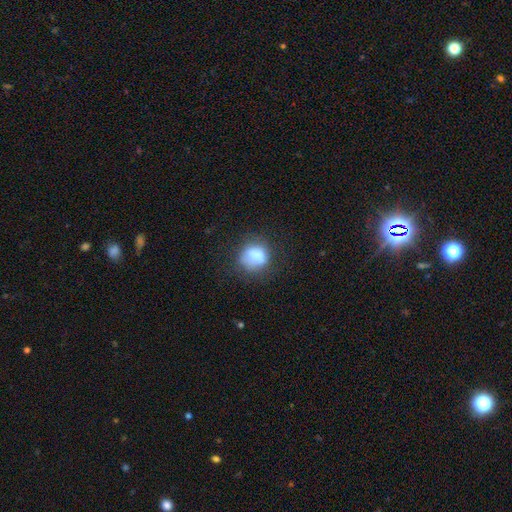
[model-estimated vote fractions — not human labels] Overall: smooth (75%). How rounded: round (67%; in between 32%). Merging: none (53%; minor disturbance 25%).